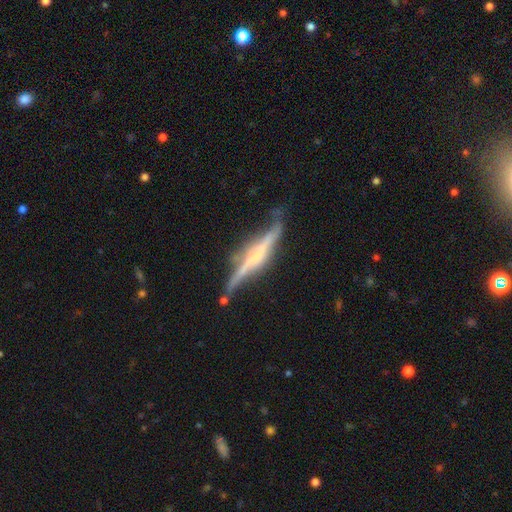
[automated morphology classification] This appears to be a featured or disk galaxy (77%) viewed edge-on (94%) with a rounded central bulge (42%). Merging: none (65%).